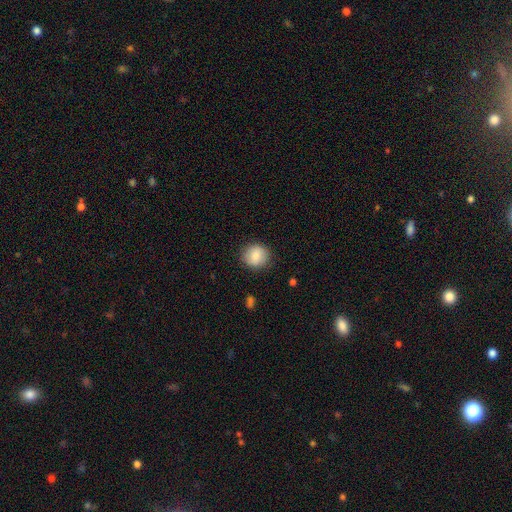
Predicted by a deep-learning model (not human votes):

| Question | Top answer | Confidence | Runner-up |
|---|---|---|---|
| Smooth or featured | smooth | 85% | star or artifact (8%) |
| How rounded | round | 86% | in between (13%) |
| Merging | none | 87% | minor disturbance (9%) |